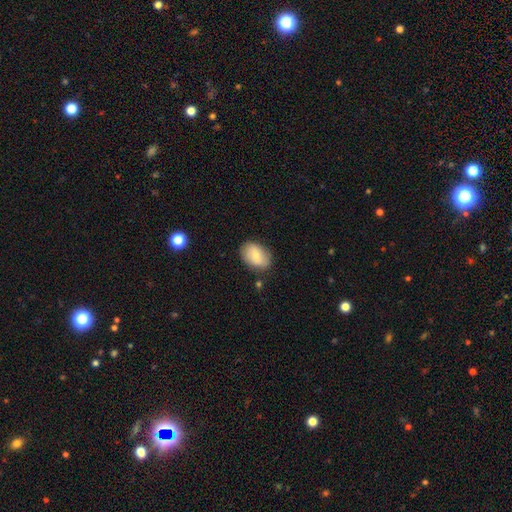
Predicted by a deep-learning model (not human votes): This appears to be a smooth galaxy with no disk features (73%) that is in between round and cigar-shaped (85%). Merging: none (81%).